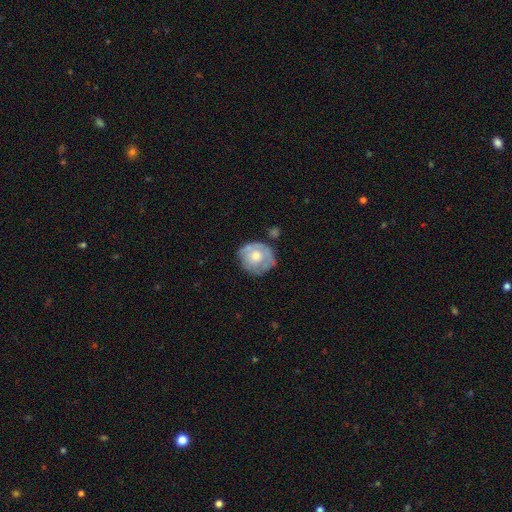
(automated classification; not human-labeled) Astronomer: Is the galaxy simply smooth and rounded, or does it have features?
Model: smooth — 50% (runner-up: featured or disk, 44%).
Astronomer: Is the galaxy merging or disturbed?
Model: none — 64%.